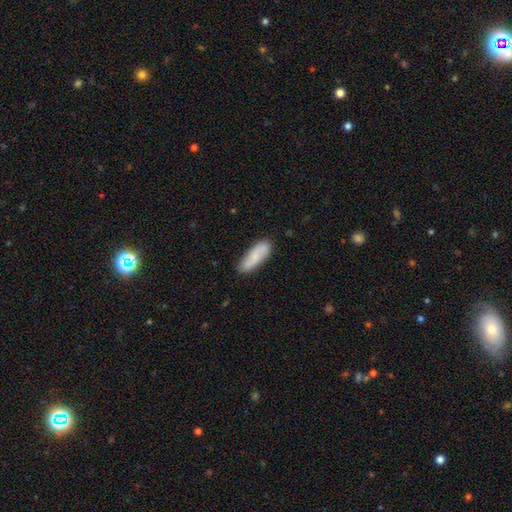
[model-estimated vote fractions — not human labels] smooth 69%, featured or disk 25%, star or artifact 6%. Down the decision tree: how rounded — in between (57%); merging — none (83%).